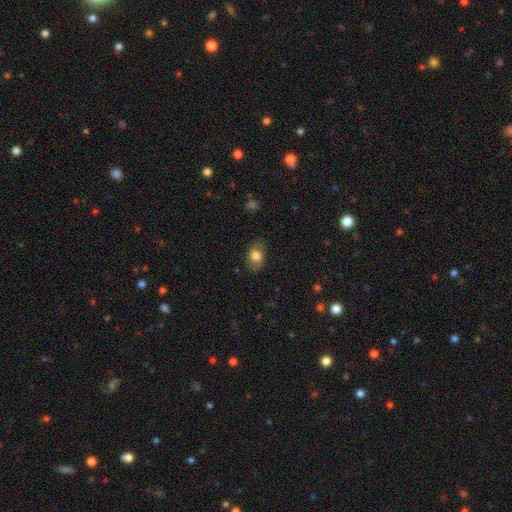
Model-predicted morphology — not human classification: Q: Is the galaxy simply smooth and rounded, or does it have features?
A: smooth — 75%.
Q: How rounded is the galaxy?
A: in between — 82%.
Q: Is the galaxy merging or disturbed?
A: none — 78%.